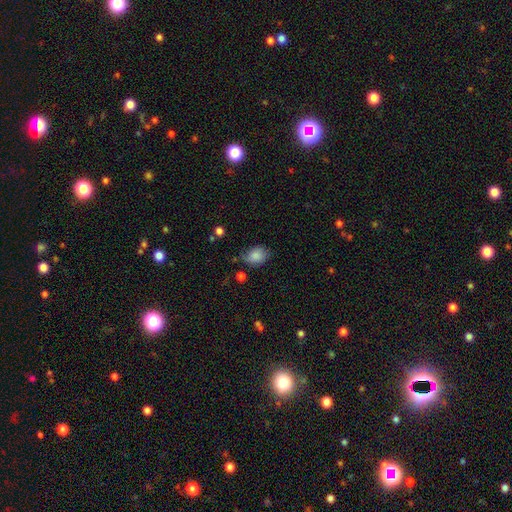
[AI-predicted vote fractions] Smooth or featured? smooth (84%)
How rounded? in between (64%)
Merging? none (62%)